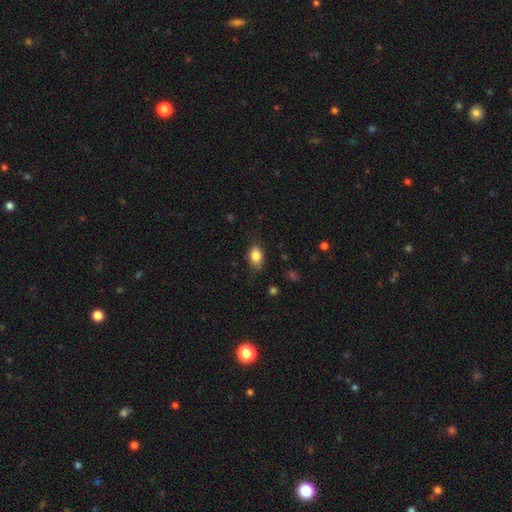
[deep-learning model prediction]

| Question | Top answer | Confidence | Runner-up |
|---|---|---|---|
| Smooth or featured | smooth | 84% | star or artifact (8%) |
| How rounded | in between | 84% | round (14%) |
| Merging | none | 76% | minor disturbance (19%) |